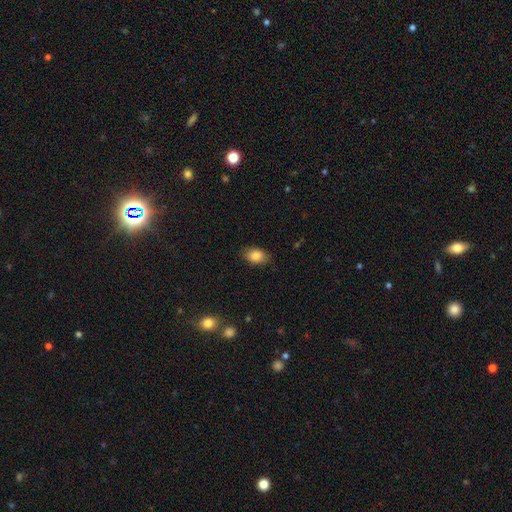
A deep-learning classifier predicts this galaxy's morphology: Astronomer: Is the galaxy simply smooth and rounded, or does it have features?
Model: smooth — 85%.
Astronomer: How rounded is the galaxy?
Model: in between — 84%.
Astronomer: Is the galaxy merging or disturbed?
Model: none — 84%.